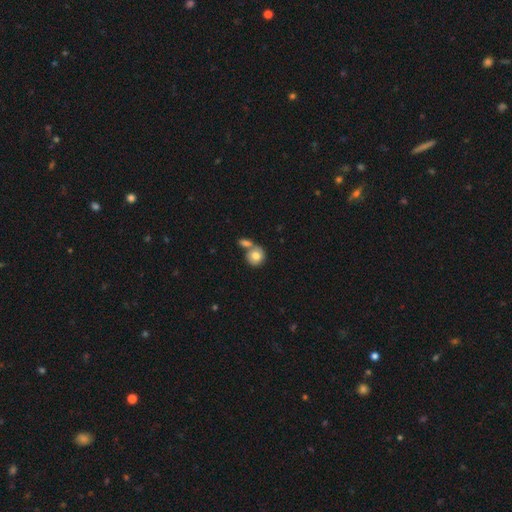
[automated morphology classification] Smooth or featured: smooth — 76% (featured or disk — 17%)
How rounded: round — 83% (in between — 16%)
Merging: none — 43% (merger — 42%)